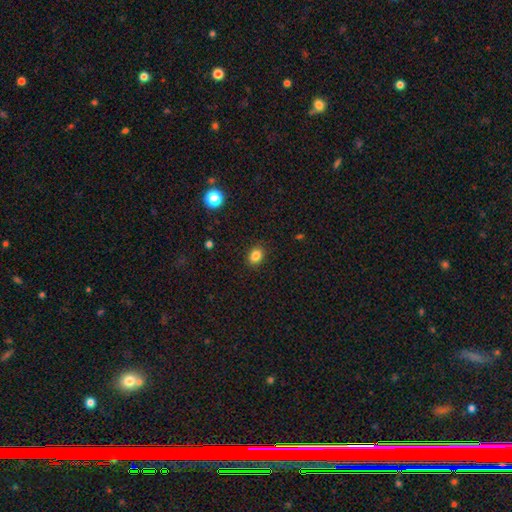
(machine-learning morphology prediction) type=smooth (84%); roundness=in between (55%); merging=none (89%).